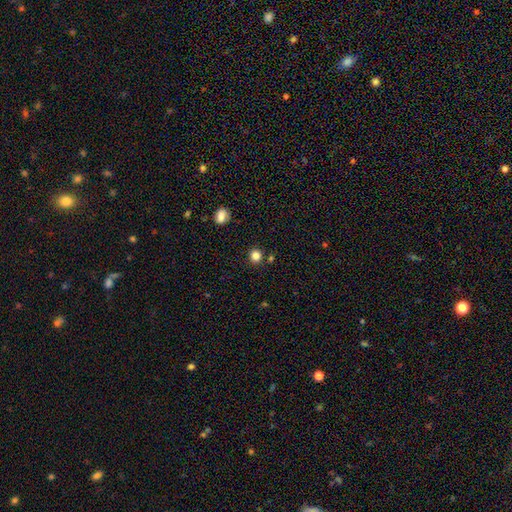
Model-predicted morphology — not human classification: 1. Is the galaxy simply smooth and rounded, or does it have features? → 83% smooth, 13% star or artifact, 4% featured or disk.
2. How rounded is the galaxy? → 90% round, 9% in between, 1% cigar-shaped.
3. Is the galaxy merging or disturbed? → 87% none, 6% minor disturbance, 5% merger, 2% major disturbance.